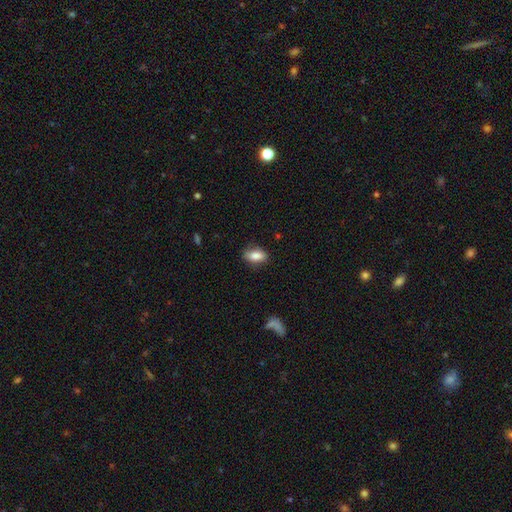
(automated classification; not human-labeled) Smooth or featured? smooth (82%)
How rounded? in between (85%)
Merging? none (78%)